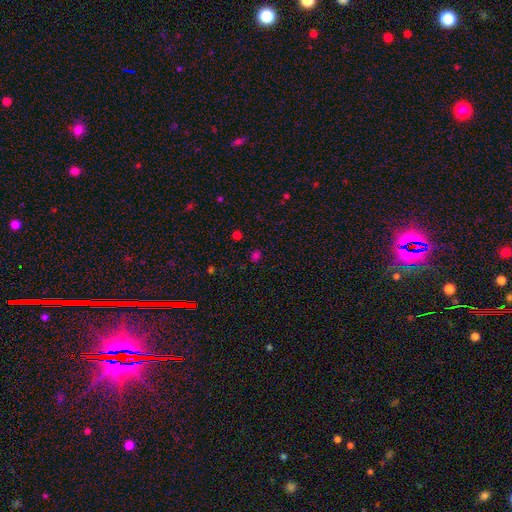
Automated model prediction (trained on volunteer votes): The model was most divided on "how rounded": in between: 50%, round: 49%, cigar-shaped: 2%. More confident: merging — none (81%); smooth or featured — smooth (62%).